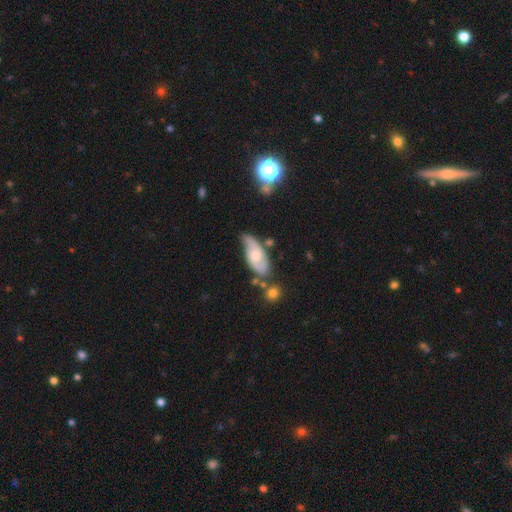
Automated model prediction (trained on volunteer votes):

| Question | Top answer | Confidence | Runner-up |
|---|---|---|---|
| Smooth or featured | featured or disk | 60% | smooth (34%) |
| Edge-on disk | no | 90% | yes (10%) |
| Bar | no | 70% | weak (25%) |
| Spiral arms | yes | 82% | no (18%) |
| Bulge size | moderate | 57% | small (34%) |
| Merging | none | 49% | minor disturbance (30%) |